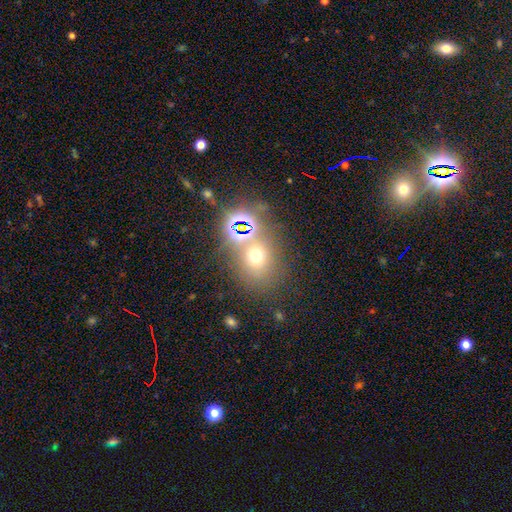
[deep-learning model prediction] smooth 56%, star or artifact 32%, featured or disk 12%. Down the decision tree: how rounded — round (70%); merging — none (63%).